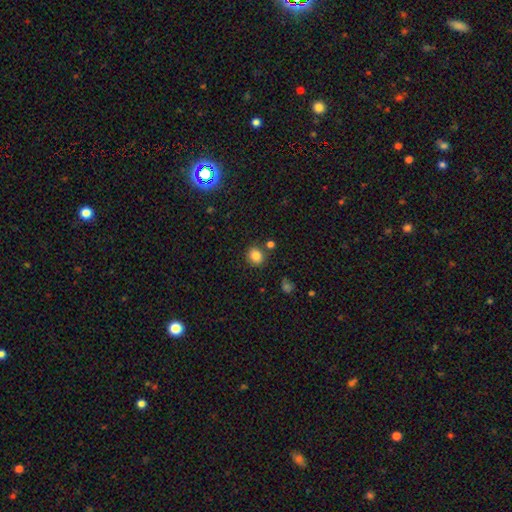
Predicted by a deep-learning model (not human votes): smooth 84%, star or artifact 11%, featured or disk 5%. Down the decision tree: how rounded — round (74%); merging — none (80%).